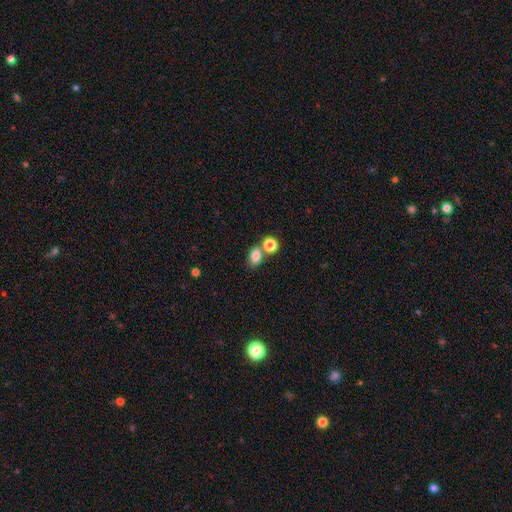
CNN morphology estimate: Smooth or featured?
  - smooth: 82% *
  - star or artifact: 10%
  - featured or disk: 8%
How rounded?
  - in between: 70% *
  - round: 29%
  - cigar-shaped: 2%
Merging?
  - none: 51% *
  - merger: 35%
  - minor disturbance: 10%
  - major disturbance: 4%